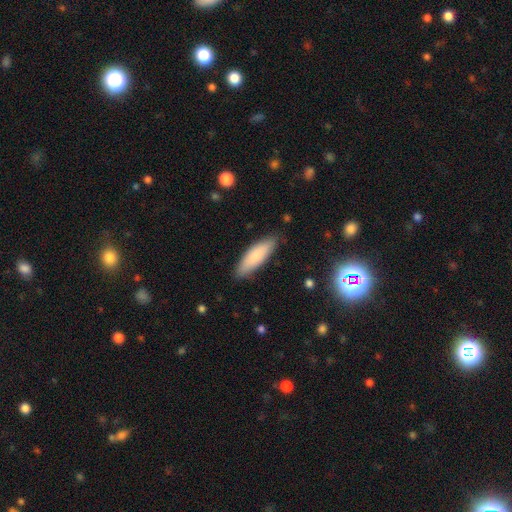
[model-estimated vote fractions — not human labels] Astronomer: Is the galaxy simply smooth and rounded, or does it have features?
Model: smooth — 81%.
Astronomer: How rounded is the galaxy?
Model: in between — 51% (runner-up: cigar-shaped, 47%).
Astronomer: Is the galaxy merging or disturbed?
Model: none — 85%.